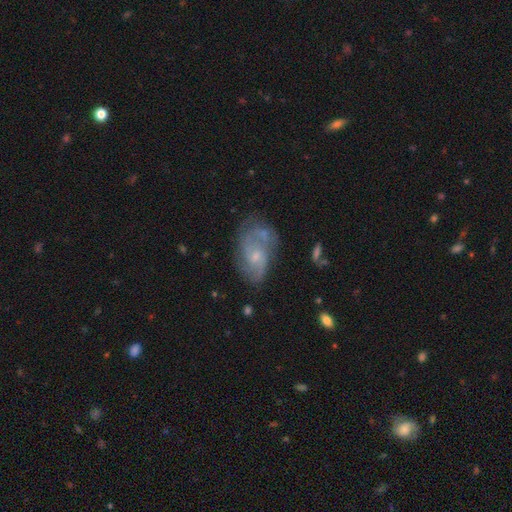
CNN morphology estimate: Overall: featured or disk (72%). Edge-on disk: no (96%). Bar: no (66%; weak 30%). Spiral arms: yes (86%). Spiral arm count: 2 (52%; can't tell 24%). Spiral winding: medium (46%; tight 29%). Bulge size: small (63%; moderate 30%). Merging: none (56%; minor disturbance 21%).